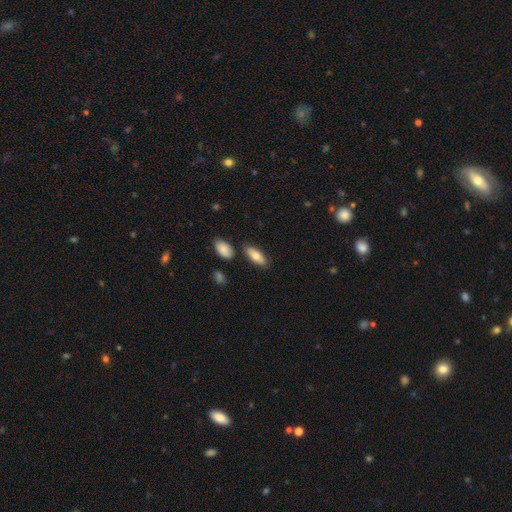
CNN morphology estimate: Q: Smooth or featured?
A: smooth (79%); runner-up: featured or disk (15%)
Q: How rounded?
A: in between (82%); runner-up: cigar-shaped (16%)
Q: Merging?
A: none (81%); runner-up: minor disturbance (12%)